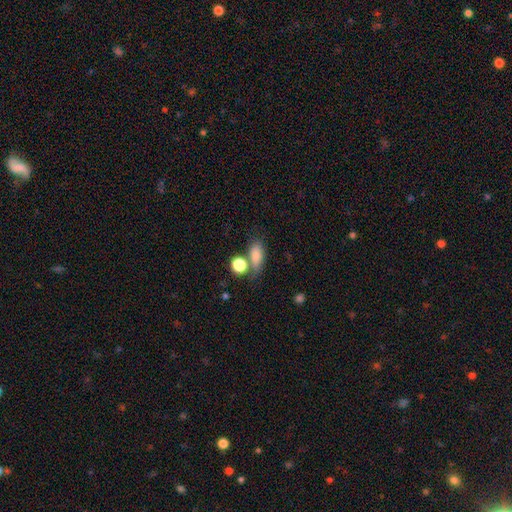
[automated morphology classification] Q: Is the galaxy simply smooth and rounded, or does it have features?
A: smooth — 80%.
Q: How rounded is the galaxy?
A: in between — 75%.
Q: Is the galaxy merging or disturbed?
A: none — 55%.